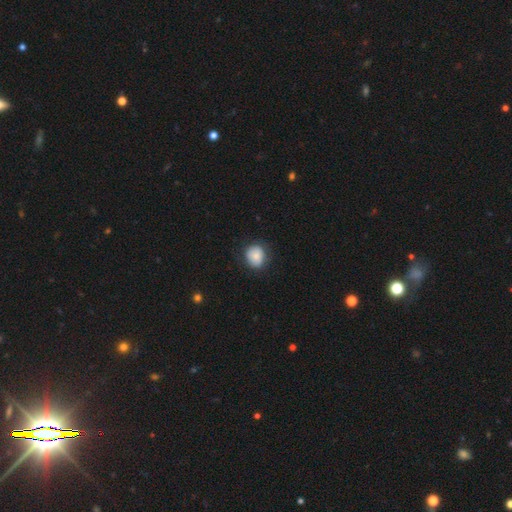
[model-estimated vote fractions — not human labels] Smooth or featured? smooth (81%)
How rounded? round (69%)
Merging? none (76%)